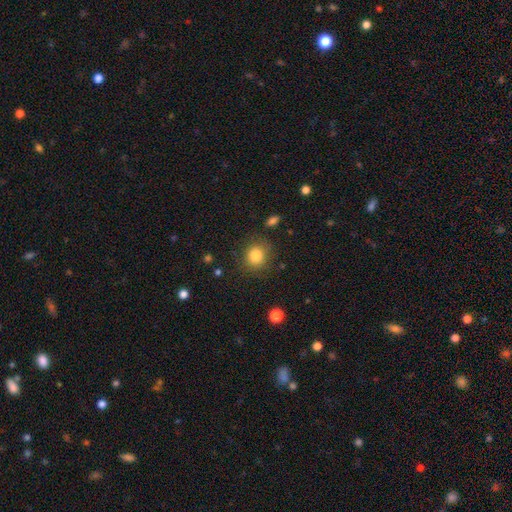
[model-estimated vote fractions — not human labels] A smooth galaxy with no disk features (83%) that is round (84%). Merging: none (82%).